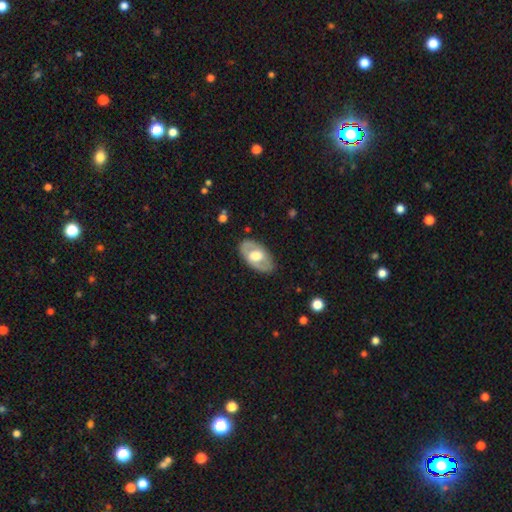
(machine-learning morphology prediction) A featured or disk galaxy (59%) with no bar (57%), no spiral arms (60%) and a moderate central bulge (47%).

Vote fractions:
- Smooth or featured? featured or disk: 59% / smooth: 36% / star or artifact: 5%
- Edge-on disk? no: 90% / yes: 10%
- Bar? no: 57% / weak: 32% / strong: 11%
- Spiral arms? no: 60% / yes: 40%
- Bulge size? moderate: 47% / large: 44% / small: 4% / dominant: 2% / none: 2%
- Merging? none: 81% / minor disturbance: 13% / major disturbance: 4% / merger: 1%